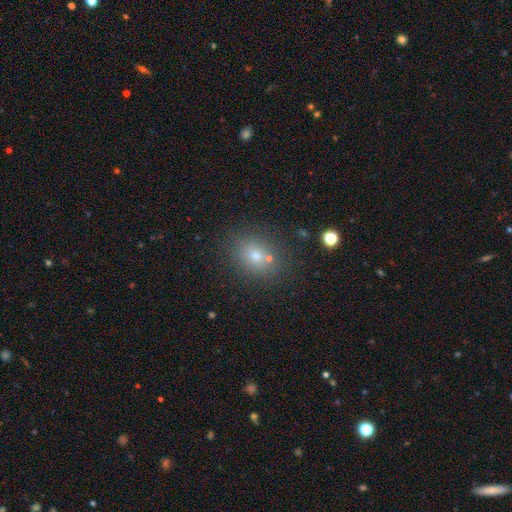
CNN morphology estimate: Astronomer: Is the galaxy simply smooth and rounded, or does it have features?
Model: smooth — 68%.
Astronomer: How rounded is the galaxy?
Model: round — 58% (runner-up: in between, 40%).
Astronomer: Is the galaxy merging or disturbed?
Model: none — 72%.